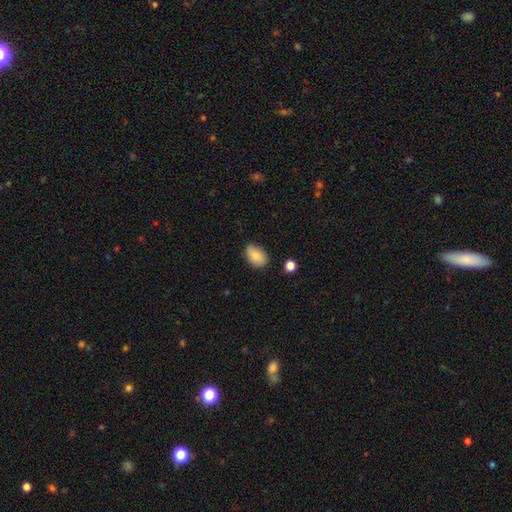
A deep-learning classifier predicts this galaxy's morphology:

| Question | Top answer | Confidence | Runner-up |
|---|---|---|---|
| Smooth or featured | smooth | 84% | featured or disk (8%) |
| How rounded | in between | 88% | round (11%) |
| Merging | none | 77% | minor disturbance (18%) |